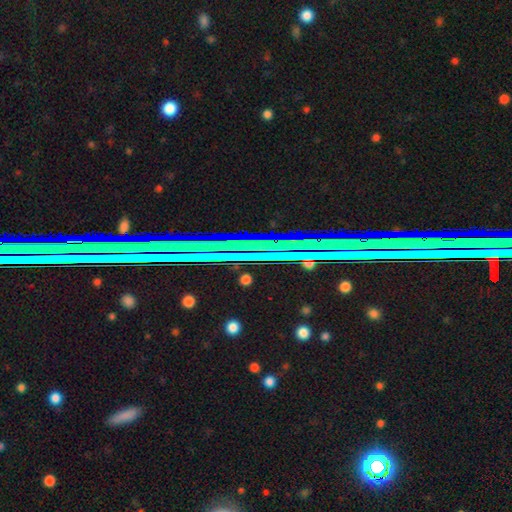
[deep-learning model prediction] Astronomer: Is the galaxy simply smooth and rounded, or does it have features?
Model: star or artifact — 76%.